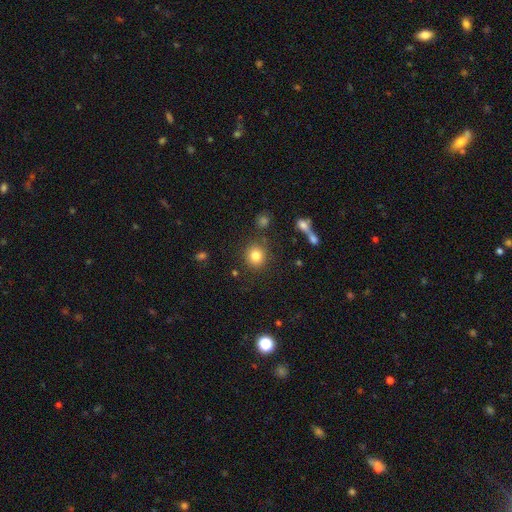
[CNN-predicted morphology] Smooth or featured?
  - smooth: 81% *
  - star or artifact: 11%
  - featured or disk: 7%
How rounded?
  - round: 87% *
  - in between: 12%
  - cigar-shaped: 1%
Merging?
  - none: 84% *
  - minor disturbance: 8%
  - merger: 4%
  - major disturbance: 4%